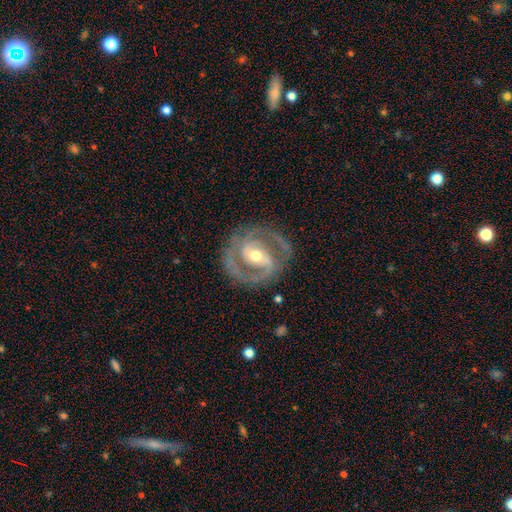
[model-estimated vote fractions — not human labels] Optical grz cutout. It shows a featured or disk galaxy (88%) with a strong bar (42%), 2 (86%) medium (46%) spiral arms (92%) and a moderate central bulge (60%). Merging: none (80%).